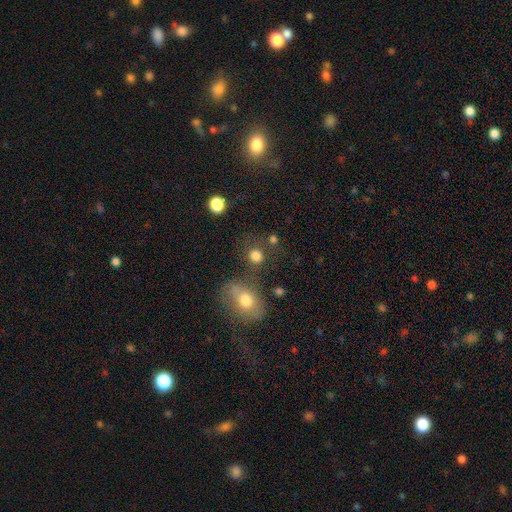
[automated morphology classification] smooth-or-featured: smooth: 79% | star or artifact: 13% | featured or disk: 7%
  how-rounded: round: 78% | in between: 21% | cigar-shaped: 1%
  merging: none: 64% | merger: 16% | minor disturbance: 13% | major disturbance: 7%